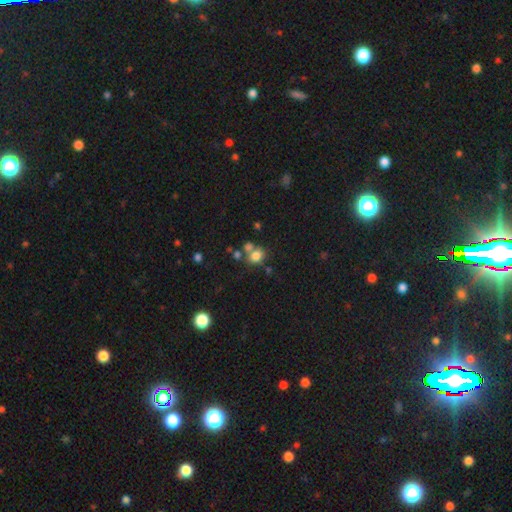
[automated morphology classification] smooth 76%, star or artifact 13%, featured or disk 10%. Down the decision tree: how rounded — round (60%); merging — none (52%).